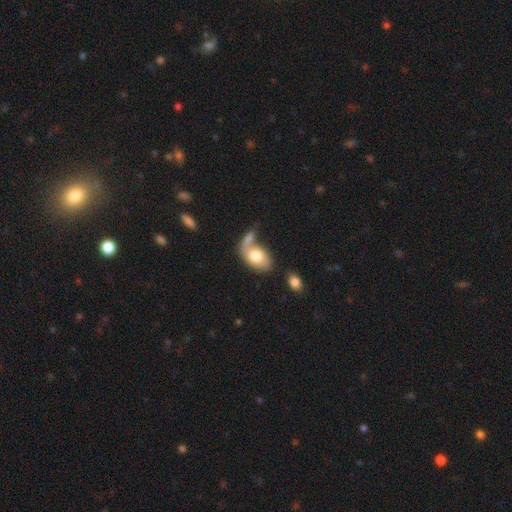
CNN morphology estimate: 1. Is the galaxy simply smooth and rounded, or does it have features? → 74% smooth, 20% featured or disk, 6% star or artifact.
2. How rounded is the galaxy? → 87% in between, 12% round, 2% cigar-shaped.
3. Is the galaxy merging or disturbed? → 39% merger, 33% none, 15% minor disturbance, 12% major disturbance.